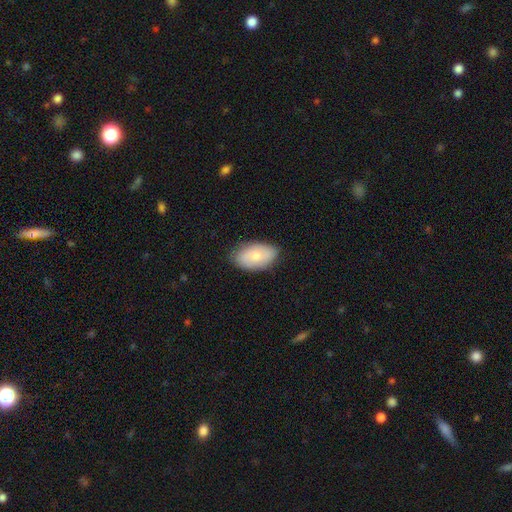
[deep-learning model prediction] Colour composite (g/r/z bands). It shows a smooth galaxy with no disk features (69%) that is in between round and cigar-shaped (92%). Merging: none (80%).